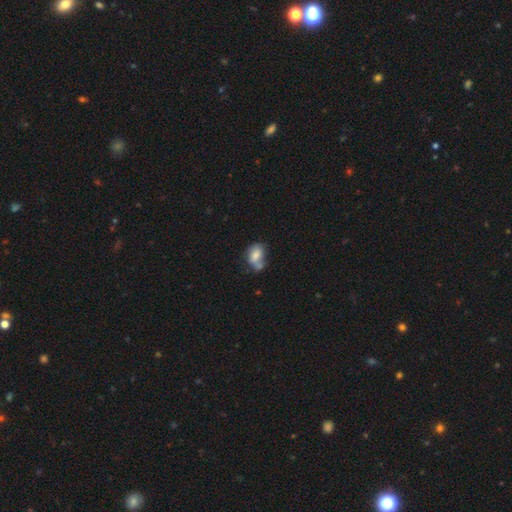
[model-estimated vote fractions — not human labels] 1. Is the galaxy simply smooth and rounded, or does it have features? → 68% smooth, 23% featured or disk, 9% star or artifact.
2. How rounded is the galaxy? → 79% in between, 20% round, 2% cigar-shaped.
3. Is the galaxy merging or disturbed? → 32% none, 30% merger, 24% minor disturbance, 14% major disturbance.